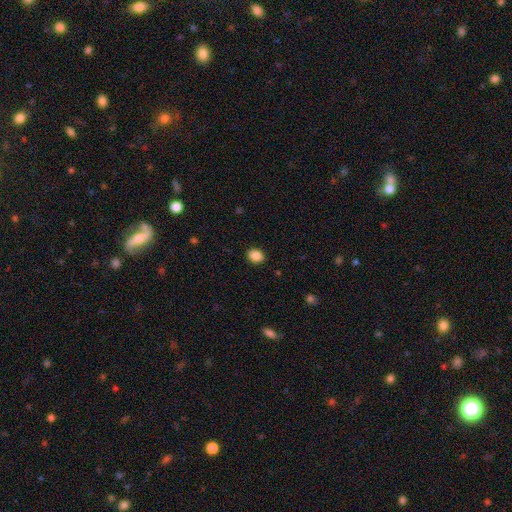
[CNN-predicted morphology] Smooth or featured?
  - smooth: 88% *
  - star or artifact: 9%
  - featured or disk: 4%
How rounded?
  - in between: 60% *
  - round: 39%
  - cigar-shaped: 1%
Merging?
  - none: 90% *
  - minor disturbance: 7%
  - major disturbance: 2%
  - merger: 1%